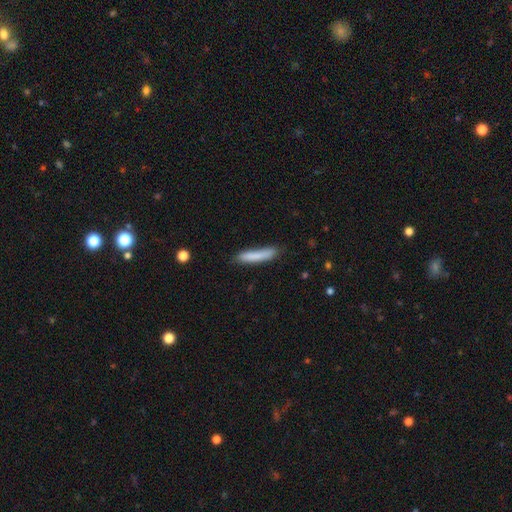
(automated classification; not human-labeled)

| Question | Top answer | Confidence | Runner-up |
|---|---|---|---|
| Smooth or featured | smooth | 82% | featured or disk (12%) |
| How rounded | cigar-shaped | 89% | in between (10%) |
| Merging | none | 75% | minor disturbance (19%) |